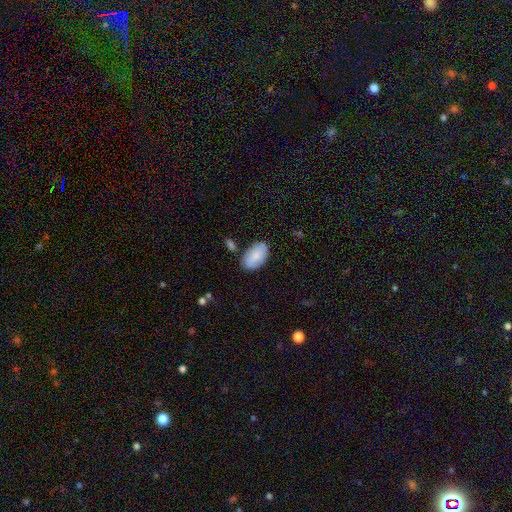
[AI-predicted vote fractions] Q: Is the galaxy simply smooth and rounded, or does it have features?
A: smooth — 78%.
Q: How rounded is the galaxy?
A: in between — 95%.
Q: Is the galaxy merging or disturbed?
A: none — 76%.